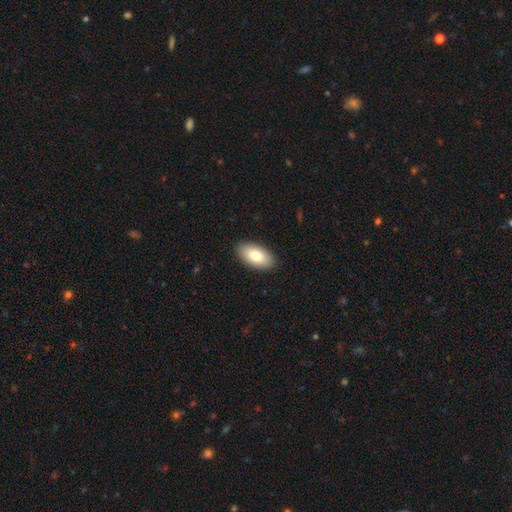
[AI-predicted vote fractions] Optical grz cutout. It shows a smooth galaxy with no disk features (82%) that is in between round and cigar-shaped (95%). Merging: none (90%).